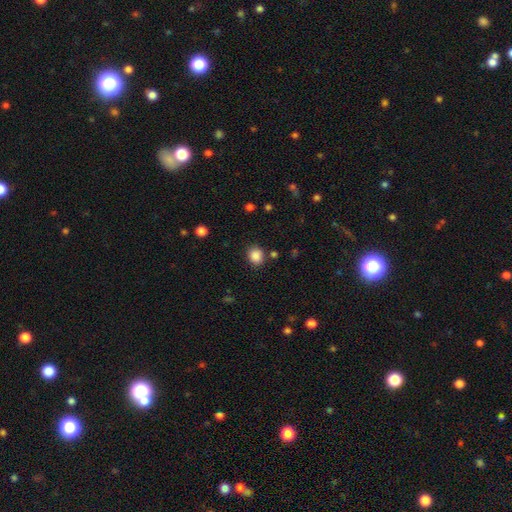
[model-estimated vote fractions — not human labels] Q: Smooth or featured?
A: smooth (86%); runner-up: star or artifact (10%)
Q: How rounded?
A: round (67%); runner-up: in between (32%)
Q: Merging?
A: none (81%); runner-up: minor disturbance (11%)